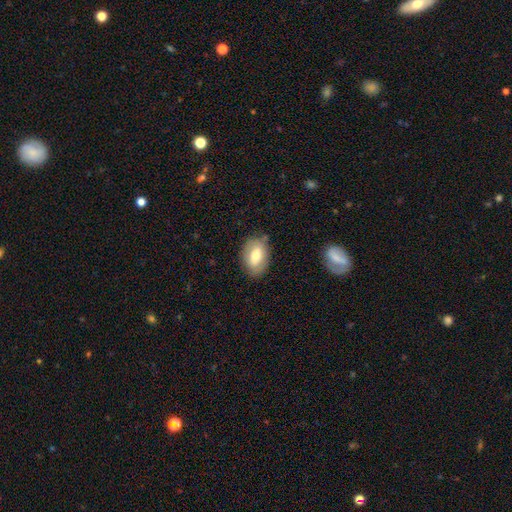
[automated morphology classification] smooth 68%, featured or disk 25%, star or artifact 7%. Down the decision tree: how rounded — in between (86%); merging — none (79%).